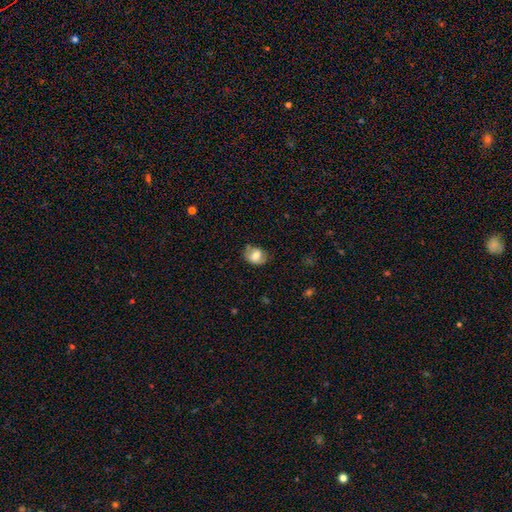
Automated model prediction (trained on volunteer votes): Smooth or featured: smooth — 71% (featured or disk — 21%)
How rounded: in between — 55% (round — 44%)
Merging: none — 61% (minor disturbance — 28%)